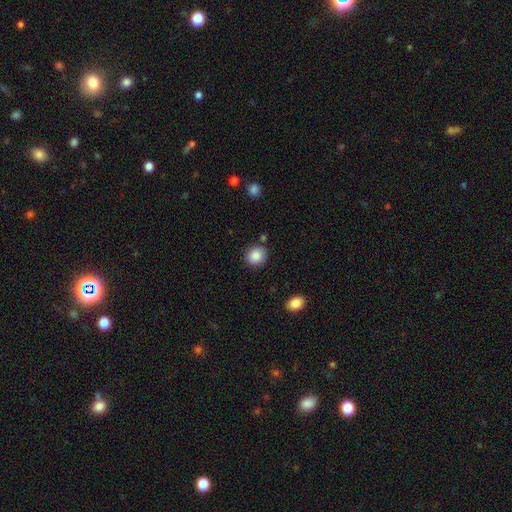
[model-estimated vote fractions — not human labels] A smooth galaxy with no disk features (88%) that is round (83%).

Vote fractions:
- Smooth or featured? smooth: 88% / star or artifact: 8% / featured or disk: 4%
- How rounded? round: 83% / in between: 16% / cigar-shaped: 1%
- Merging? none: 85% / minor disturbance: 9% / merger: 3% / major disturbance: 3%